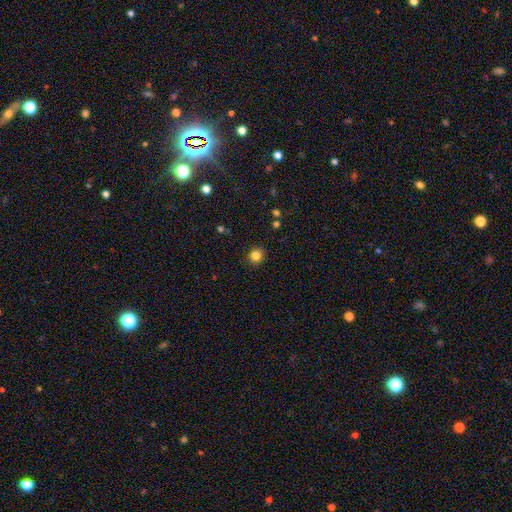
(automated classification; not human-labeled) smooth_or_featured: smooth (p=0.83) [alt: star or artifact p=0.12]
how_rounded: round (p=0.87) [alt: in between p=0.12]
merging: none (p=0.91) [alt: minor disturbance p=0.06]